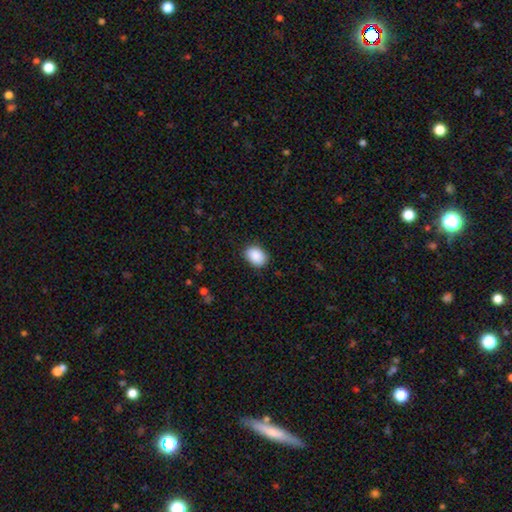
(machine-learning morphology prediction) Q: Smooth or featured?
A: smooth (90%); runner-up: star or artifact (7%)
Q: How rounded?
A: in between (72%); runner-up: round (27%)
Q: Merging?
A: none (87%); runner-up: minor disturbance (10%)